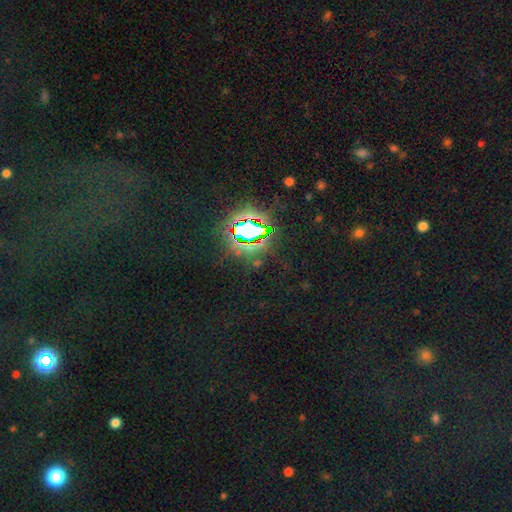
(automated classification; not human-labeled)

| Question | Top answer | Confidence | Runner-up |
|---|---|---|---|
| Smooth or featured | star or artifact | 81% | smooth (12%) |